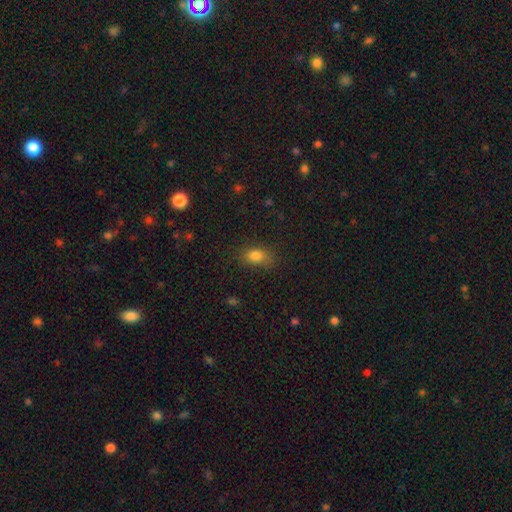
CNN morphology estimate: Smooth or featured?
  - smooth: 81% *
  - star or artifact: 12%
  - featured or disk: 7%
How rounded?
  - in between: 76% *
  - round: 21%
  - cigar-shaped: 3%
Merging?
  - none: 76% *
  - minor disturbance: 17%
  - major disturbance: 5%
  - merger: 2%